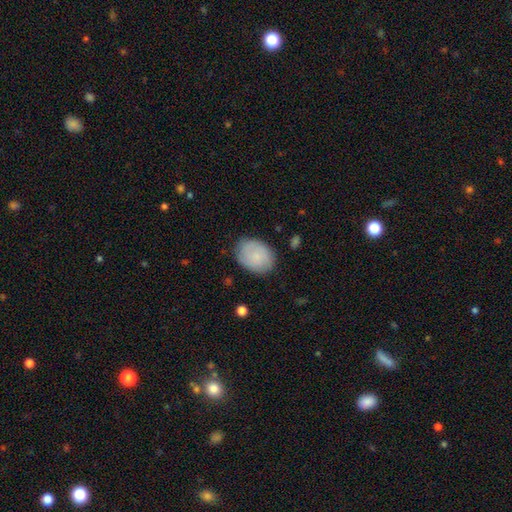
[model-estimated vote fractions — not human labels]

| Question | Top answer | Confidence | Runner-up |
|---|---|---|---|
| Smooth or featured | smooth | 79% | featured or disk (15%) |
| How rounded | in between | 60% | round (39%) |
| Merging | none | 81% | minor disturbance (14%) |